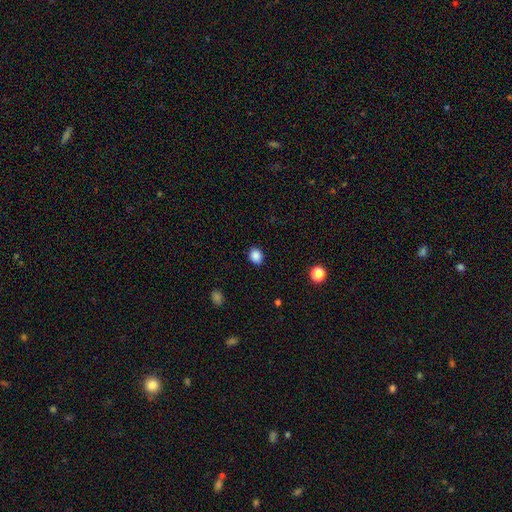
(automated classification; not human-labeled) A smooth galaxy with no disk features (87%) that is round (59%). Merging: none (89%).